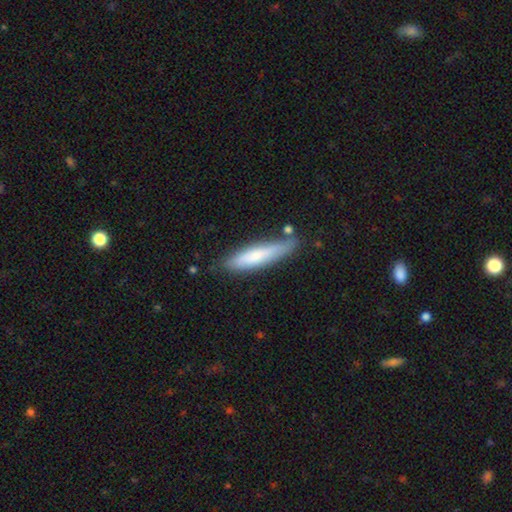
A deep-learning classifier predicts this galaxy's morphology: Smooth or featured: smooth — 69% (featured or disk — 25%)
How rounded: cigar-shaped — 84% (in between — 15%)
Merging: none — 73% (minor disturbance — 19%)